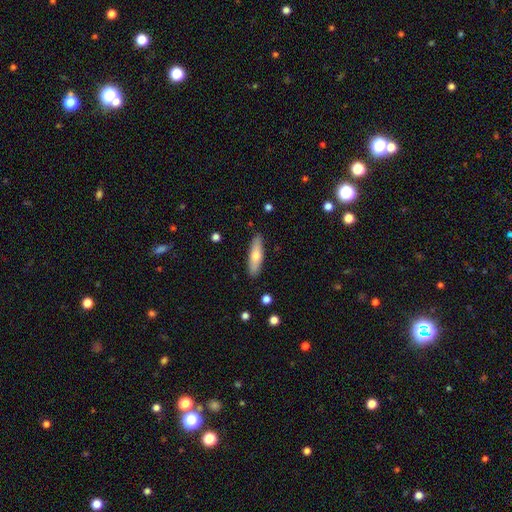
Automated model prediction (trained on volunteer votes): smooth-or-featured: smooth: 63% | featured or disk: 31% | star or artifact: 6%
  how-rounded: cigar-shaped: 60% | in between: 38% | round: 2%
  merging: none: 88% | minor disturbance: 9% | major disturbance: 2% | merger: 1%